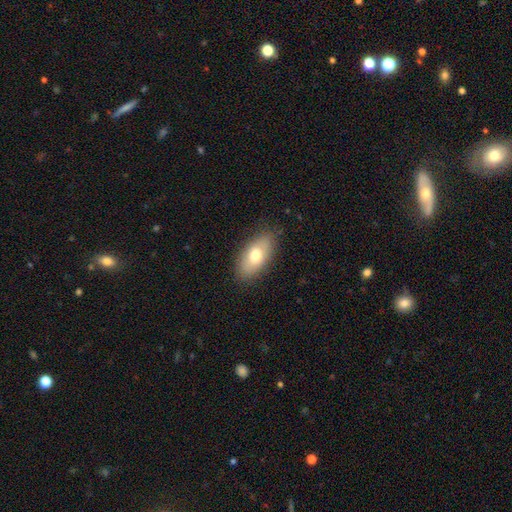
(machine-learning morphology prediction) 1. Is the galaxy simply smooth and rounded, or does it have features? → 72% smooth, 21% featured or disk, 7% star or artifact.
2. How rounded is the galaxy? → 89% in between, 7% cigar-shaped, 4% round.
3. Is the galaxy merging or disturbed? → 84% none, 12% minor disturbance, 3% major disturbance, 1% merger.